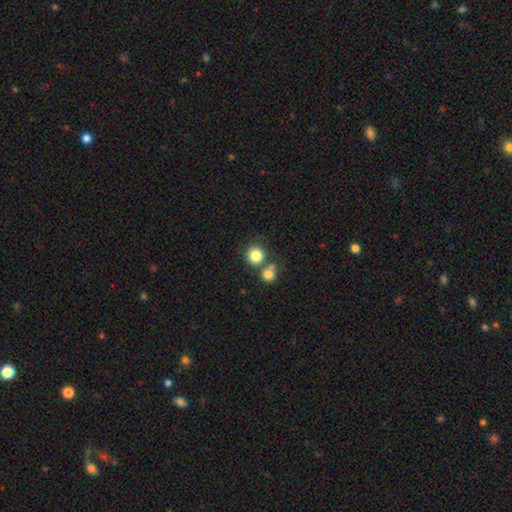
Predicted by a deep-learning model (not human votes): A smooth galaxy with no disk features (81%) that is round (92%).

Vote fractions:
- Smooth or featured? smooth: 81% / star or artifact: 11% / featured or disk: 8%
- How rounded? round: 92% / in between: 7% / cigar-shaped: 1%
- Merging? none: 62% / merger: 27% / minor disturbance: 8% / major disturbance: 3%